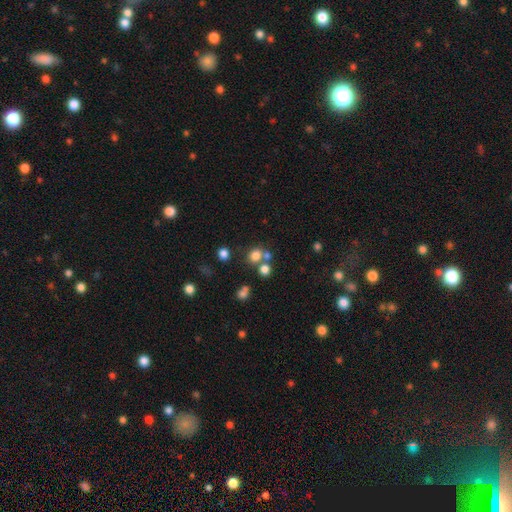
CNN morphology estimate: Smooth or featured? Predicted: smooth (p=0.73). How rounded? Predicted: round (p=0.77). Merging? Predicted: none (p=0.55).